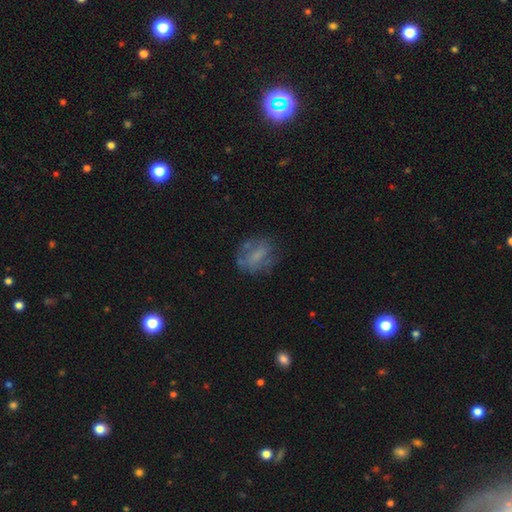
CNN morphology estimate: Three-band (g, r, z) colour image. It shows a smooth galaxy with no disk features (51%) that is in between round and cigar-shaped (58%). Merging: none (59%).